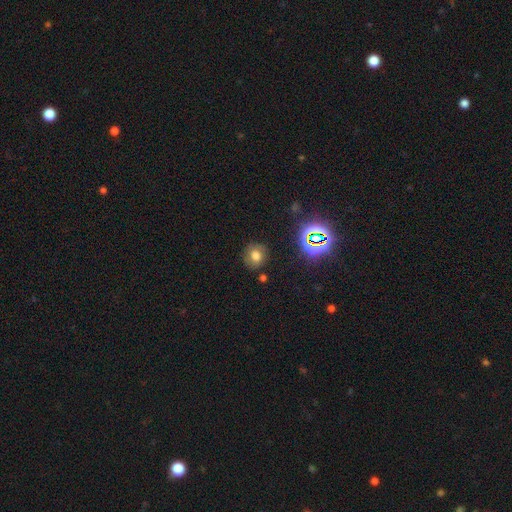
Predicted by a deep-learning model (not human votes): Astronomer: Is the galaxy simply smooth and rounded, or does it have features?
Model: smooth — 64%.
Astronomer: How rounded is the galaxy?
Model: round — 74%.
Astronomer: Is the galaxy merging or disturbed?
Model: none — 80%.